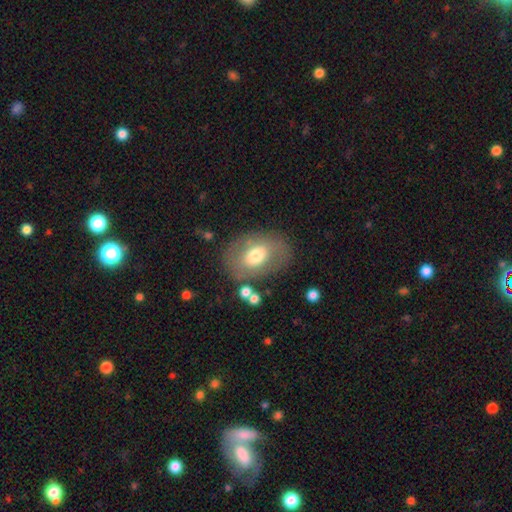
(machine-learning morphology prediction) smooth 60%, featured or disk 33%, star or artifact 8%. Down the decision tree: how rounded — in between (78%); merging — none (73%).